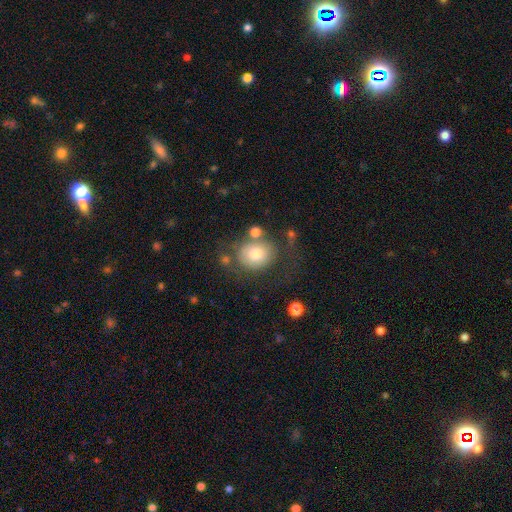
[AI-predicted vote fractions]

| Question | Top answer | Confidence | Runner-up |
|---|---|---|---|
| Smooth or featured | smooth | 69% | featured or disk (20%) |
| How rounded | round | 70% | in between (29%) |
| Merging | none | 61% | minor disturbance (16%) |